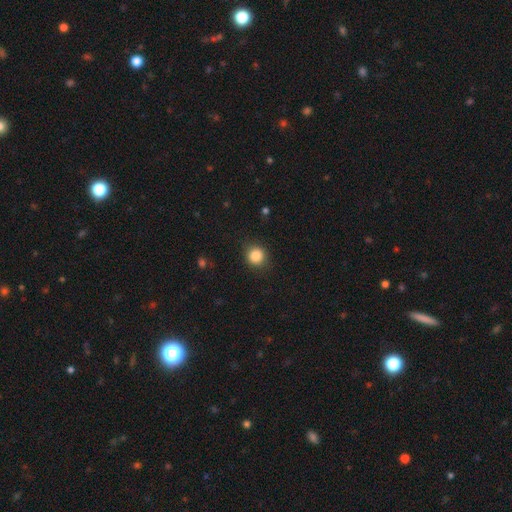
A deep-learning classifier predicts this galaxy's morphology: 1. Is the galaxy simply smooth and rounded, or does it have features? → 85% smooth, 10% star or artifact, 4% featured or disk.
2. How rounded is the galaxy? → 87% round, 12% in between, 1% cigar-shaped.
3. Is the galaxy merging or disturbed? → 86% none, 10% minor disturbance, 3% major disturbance, 1% merger.